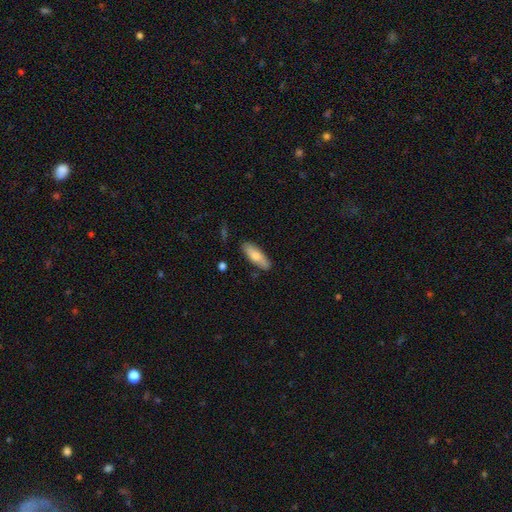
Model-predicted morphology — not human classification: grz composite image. It shows a smooth galaxy with no disk features (75%) that is in between round and cigar-shaped (57%). Merging: none (84%).